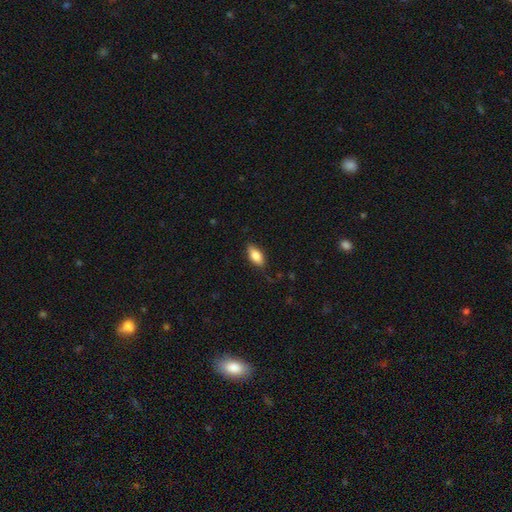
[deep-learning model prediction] Smooth or featured: smooth — 78% (featured or disk — 16%)
How rounded: in between — 85% (cigar-shaped — 12%)
Merging: none — 81% (minor disturbance — 15%)